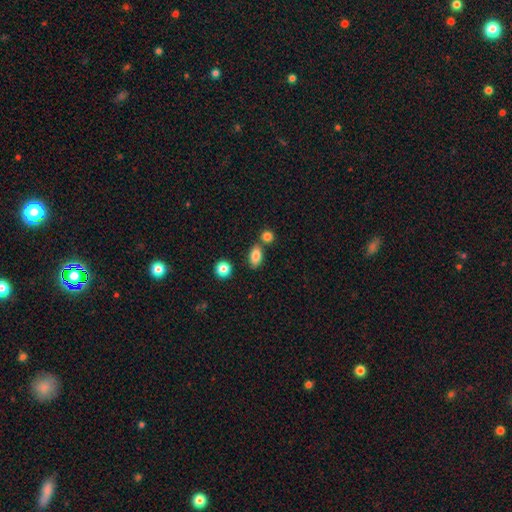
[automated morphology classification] Smooth or featured? smooth (82%)
How rounded? in between (84%)
Merging? none (71%)